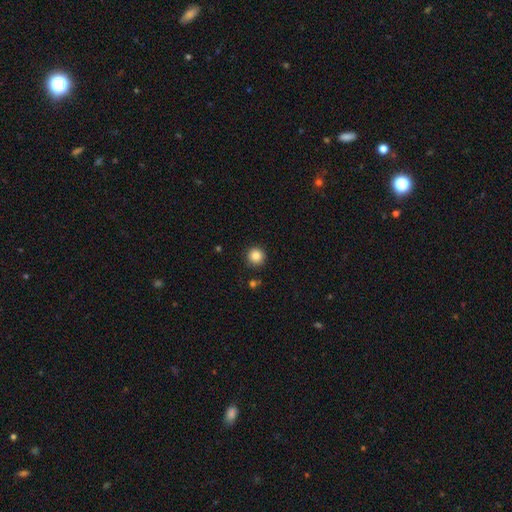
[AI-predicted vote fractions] Smooth or featured? smooth (86%)
How rounded? round (95%)
Merging? none (90%)